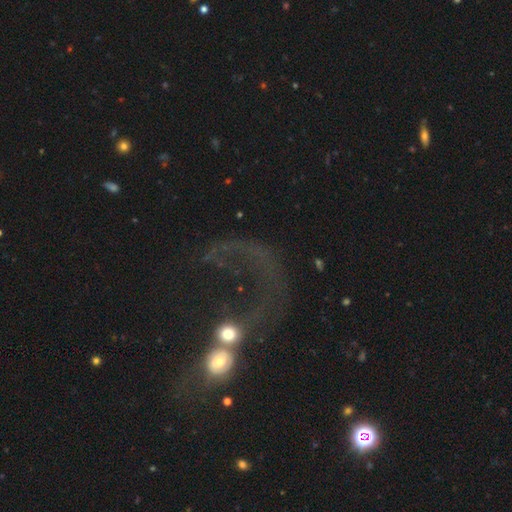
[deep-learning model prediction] Smooth or featured: featured or disk — 46% (star or artifact — 28%)
Merging: merger — 36% (major disturbance — 33%)